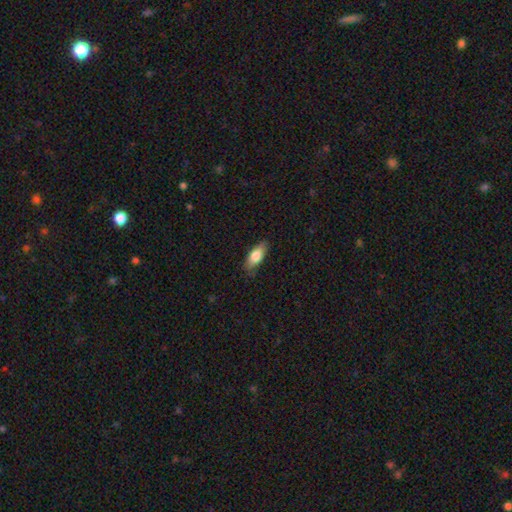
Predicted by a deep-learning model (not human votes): Smooth or featured?
  - smooth: 77% *
  - featured or disk: 17%
  - star or artifact: 6%
How rounded?
  - in between: 79% *
  - cigar-shaped: 18%
  - round: 3%
Merging?
  - none: 81% *
  - minor disturbance: 15%
  - major disturbance: 3%
  - merger: 1%